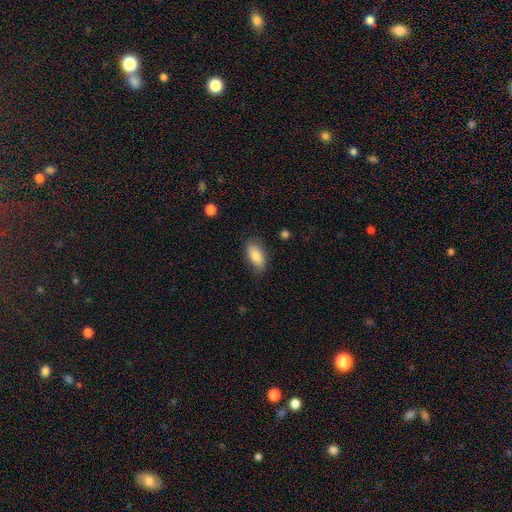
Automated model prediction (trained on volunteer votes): Smooth or featured? smooth (83%)
How rounded? in between (89%)
Merging? none (78%)